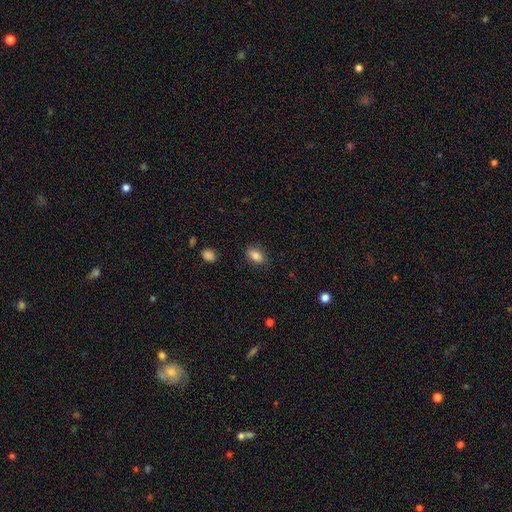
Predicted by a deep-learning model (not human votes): smooth 84%, star or artifact 9%, featured or disk 7%. Down the decision tree: how rounded — in between (86%); merging — none (84%).